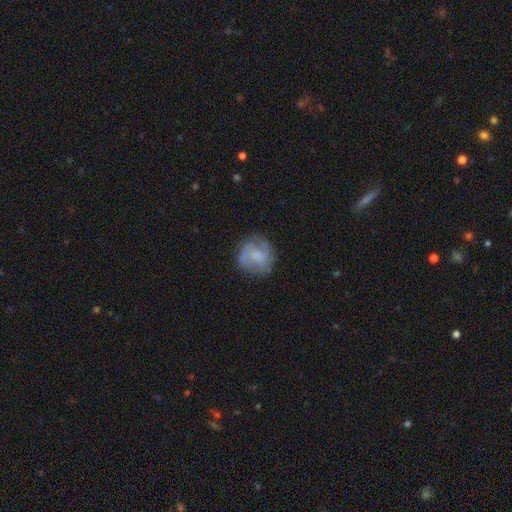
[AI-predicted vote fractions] This is possibly a smooth galaxy (52%). How rounded: clearly round (84%). Merging: likely none (70%).